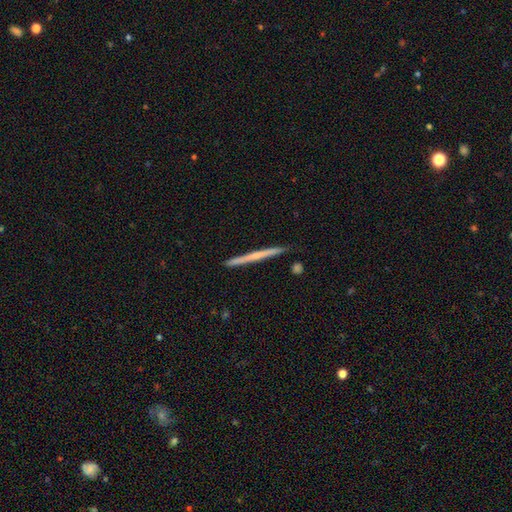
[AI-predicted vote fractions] A featured or disk galaxy (53%) viewed edge-on (98%) with no central bulge (77%).

Vote fractions:
- Smooth or featured? featured or disk: 53% / smooth: 41% / star or artifact: 6%
- Edge-on disk? yes: 98% / no: 2%
- Edge-on bulge? none: 77% / rounded: 18% / boxy: 5%
- Merging? none: 90% / minor disturbance: 7% / merger: 1% / major disturbance: 1%